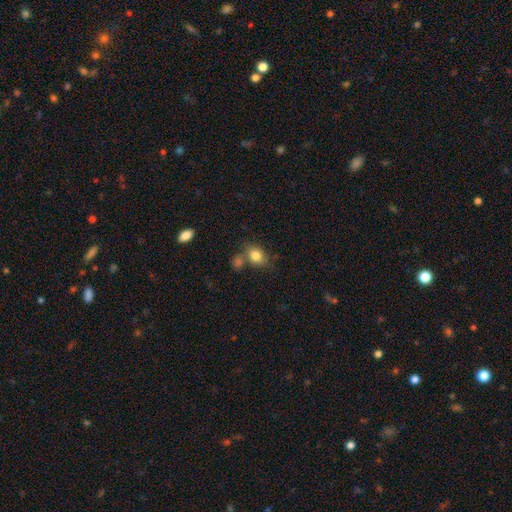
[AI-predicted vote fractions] This is clearly a smooth galaxy (82%). How rounded: likely in between (61%). Merging: possibly none (58%).